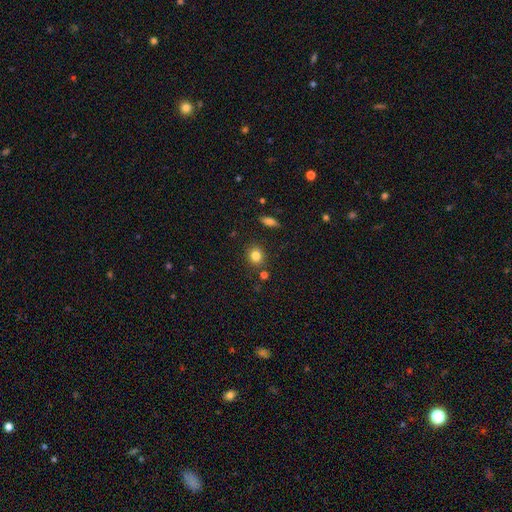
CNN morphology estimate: The model was most divided on "how rounded": round: 80%, in between: 19%, cigar-shaped: 1%. More confident: merging — none (83%); smooth or featured — smooth (82%).